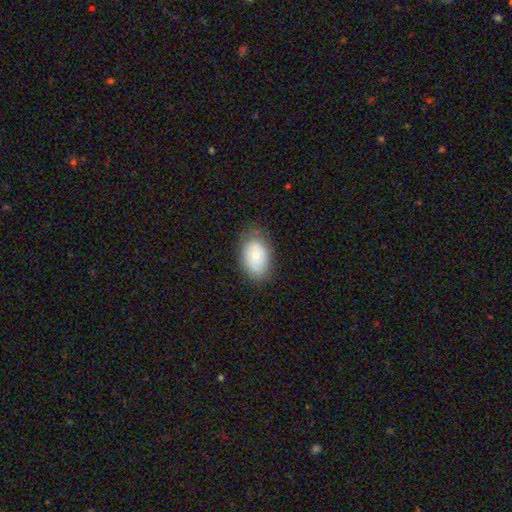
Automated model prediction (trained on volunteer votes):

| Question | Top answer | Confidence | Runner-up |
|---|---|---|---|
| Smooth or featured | smooth | 74% | featured or disk (19%) |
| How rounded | in between | 87% | round (11%) |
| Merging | none | 73% | minor disturbance (20%) |